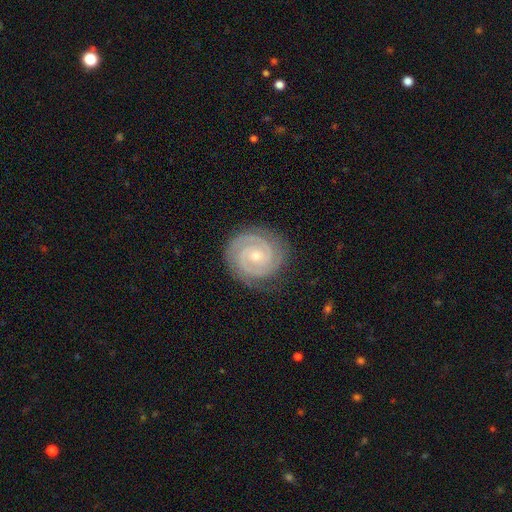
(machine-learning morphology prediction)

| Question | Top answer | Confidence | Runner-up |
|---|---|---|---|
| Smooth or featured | featured or disk | 90% | star or artifact (5%) |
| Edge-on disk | no | 98% | yes (2%) |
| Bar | no | 61% | weak (29%) |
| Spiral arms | yes | 99% | no (1%) |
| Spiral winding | tight | 86% | medium (13%) |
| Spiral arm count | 2 | 83% | 3 (8%) |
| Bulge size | small | 64% | moderate (32%) |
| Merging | none | 86% | minor disturbance (10%) |